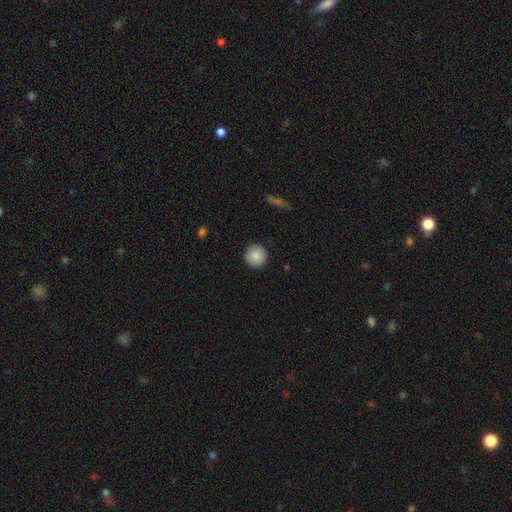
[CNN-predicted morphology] The model was most divided on "smooth or featured": smooth: 88%, star or artifact: 7%, featured or disk: 5%. More confident: how rounded — round (95%); merging — none (91%).